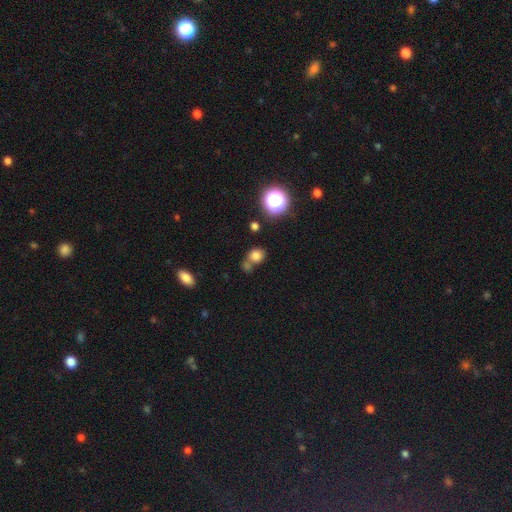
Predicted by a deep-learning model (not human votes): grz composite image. It shows a smooth galaxy with no disk features (76%) that is round (74%). Merging: none (55%).